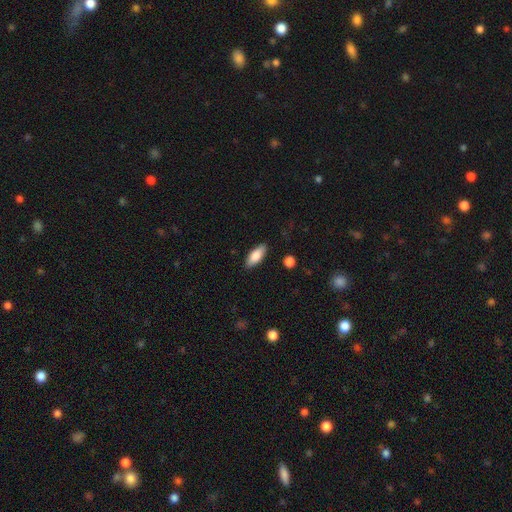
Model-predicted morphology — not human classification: This appears to be a smooth galaxy with no disk features (82%) that is in between round and cigar-shaped (81%). Merging: none (87%).